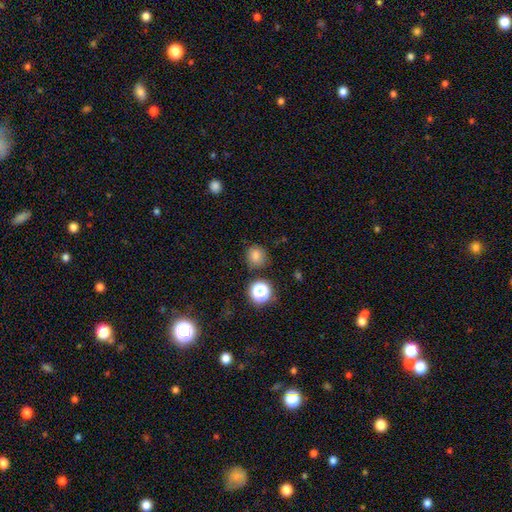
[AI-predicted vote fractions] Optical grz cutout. It shows a smooth galaxy with no disk features (77%) that is round (88%). Merging: none (83%).